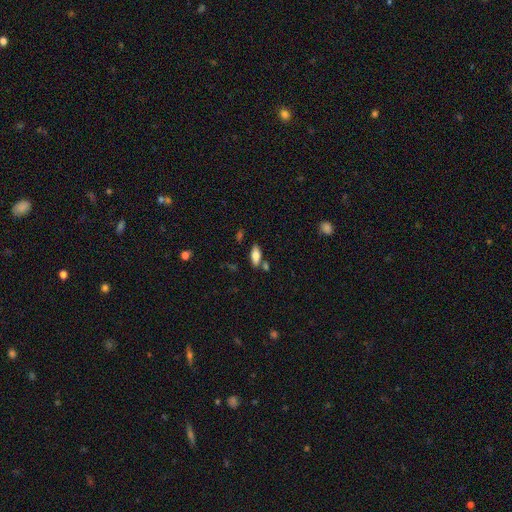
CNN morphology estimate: Overall: smooth (75%). How rounded: in between (80%). Merging: none (76%).